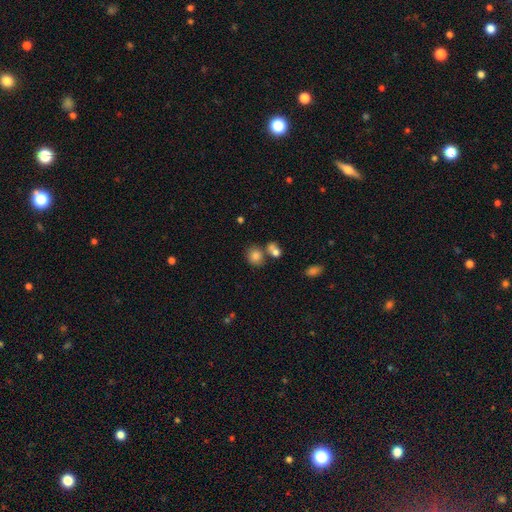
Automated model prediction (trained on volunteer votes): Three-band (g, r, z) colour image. It shows a smooth galaxy with no disk features (82%) that is round (72%). Merging: none (58%).